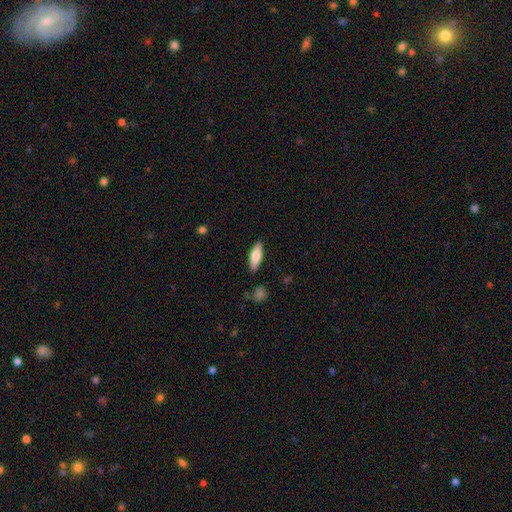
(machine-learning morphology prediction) A smooth galaxy with no disk features (74%) that is in between round and cigar-shaped (57%). Merging: none (85%).